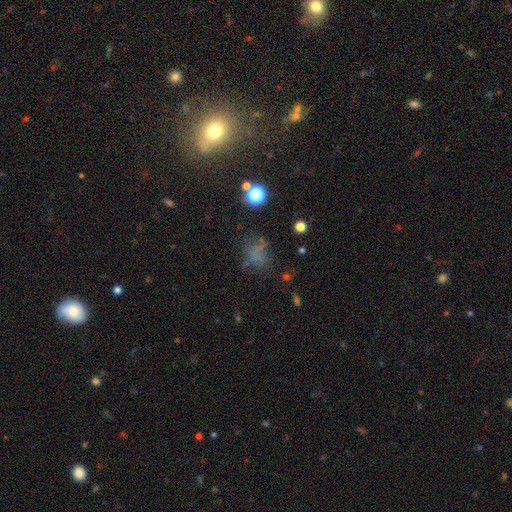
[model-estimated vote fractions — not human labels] Smooth or featured?
  - smooth: 51% *
  - star or artifact: 31%
  - featured or disk: 18%
How rounded?
  - in between: 50% *
  - round: 47%
  - cigar-shaped: 2%
Merging?
  - none: 51% *
  - minor disturbance: 21%
  - major disturbance: 21%
  - merger: 6%